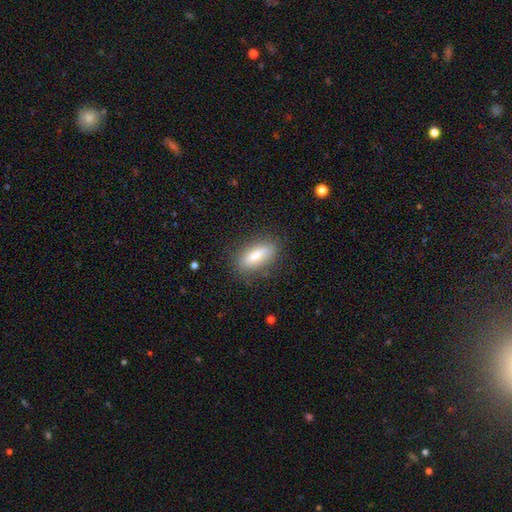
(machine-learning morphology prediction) A smooth galaxy with no disk features (74%) that is in between round and cigar-shaped (68%). Merging: none (82%).